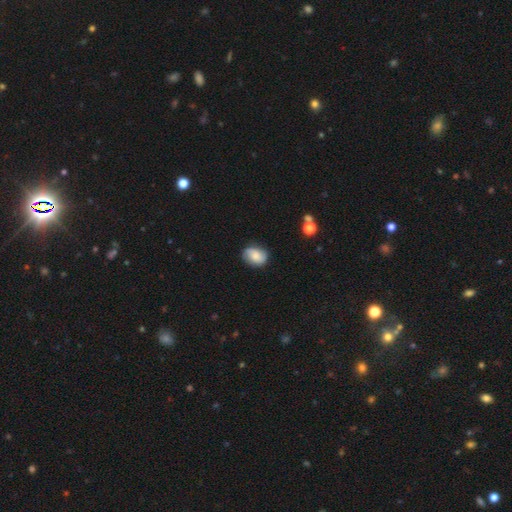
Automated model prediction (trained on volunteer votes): Smooth or featured?
  - smooth: 67% *
  - featured or disk: 24%
  - star or artifact: 8%
How rounded?
  - in between: 61% *
  - round: 38%
  - cigar-shaped: 1%
Merging?
  - none: 77% *
  - minor disturbance: 18%
  - major disturbance: 4%
  - merger: 1%